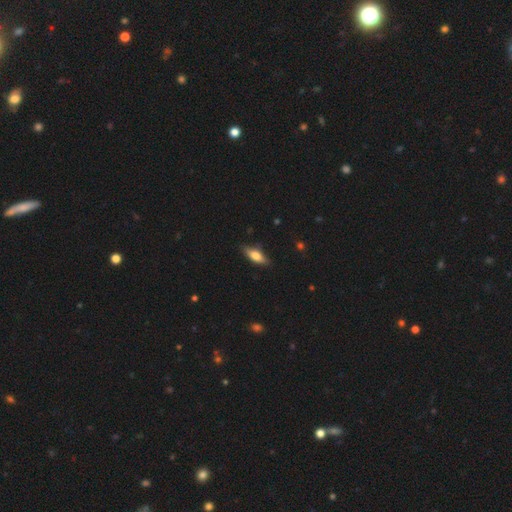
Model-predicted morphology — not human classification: smooth 64%, featured or disk 30%, star or artifact 7%. Down the decision tree: how rounded — in between (65%); merging — none (84%).